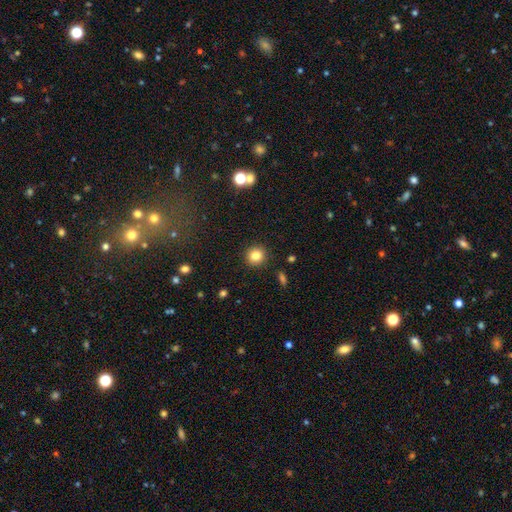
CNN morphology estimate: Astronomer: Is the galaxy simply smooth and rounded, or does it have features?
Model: smooth — 83%.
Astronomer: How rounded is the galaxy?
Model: round — 89%.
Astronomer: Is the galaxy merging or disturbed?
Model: none — 91%.